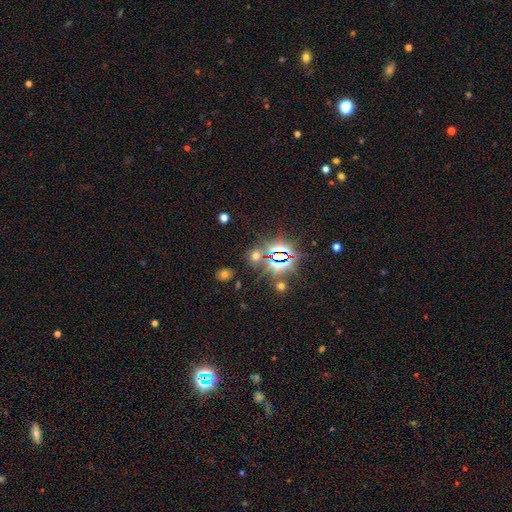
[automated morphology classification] The model was most divided on "smooth or featured": star or artifact: 63%, smooth: 29%, featured or disk: 8%.